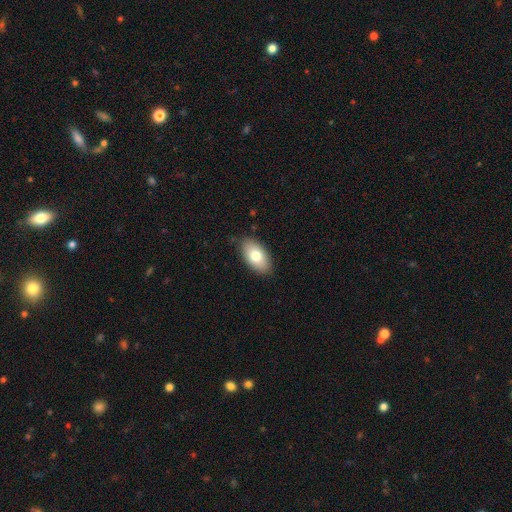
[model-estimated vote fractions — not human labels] Morphology: type=smooth (76%); roundness=in between (93%); merging=none (85%).